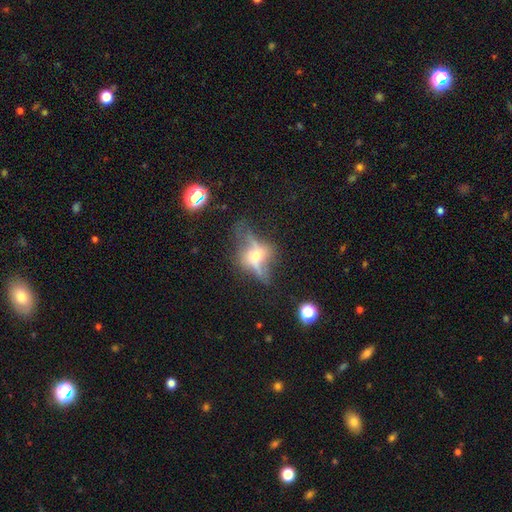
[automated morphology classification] smooth_or_featured: featured or disk (p=0.71) [alt: smooth p=0.16]
disk_edge_on: yes (p=0.55) [alt: no p=0.45]
merging: none (p=0.52) [alt: major disturbance p=0.23]